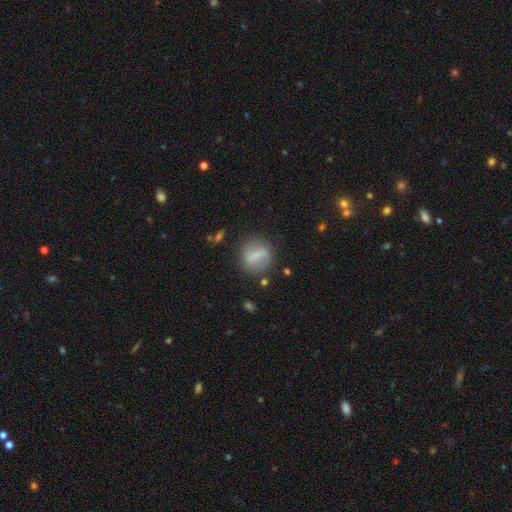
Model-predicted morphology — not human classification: Q: Smooth or featured?
A: smooth (56%); runner-up: featured or disk (35%)
Q: How rounded?
A: round (69%); runner-up: in between (25%)
Q: Merging?
A: none (75%); runner-up: minor disturbance (14%)